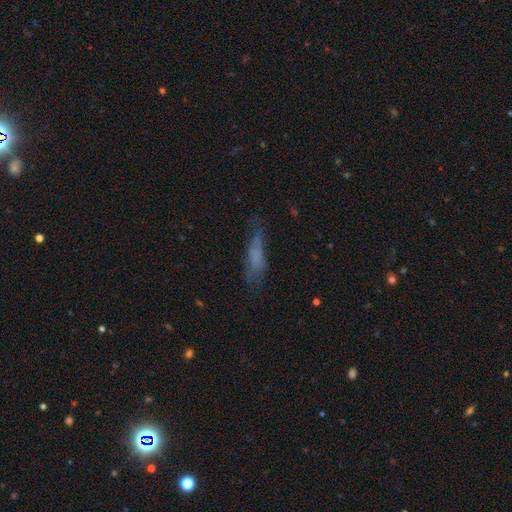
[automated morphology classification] Q: Smooth or featured?
A: smooth (56%); runner-up: featured or disk (31%)
Q: How rounded?
A: cigar-shaped (65%); runner-up: in between (33%)
Q: Merging?
A: none (53%); runner-up: minor disturbance (27%)